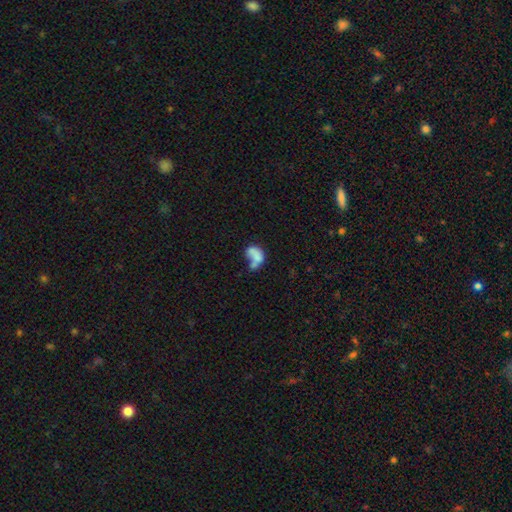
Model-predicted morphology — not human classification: The model was most divided on "merging": merger: 53%, none: 19%, major disturbance: 15%, minor disturbance: 13%. More confident: how rounded — in between (77%); smooth or featured — smooth (67%).